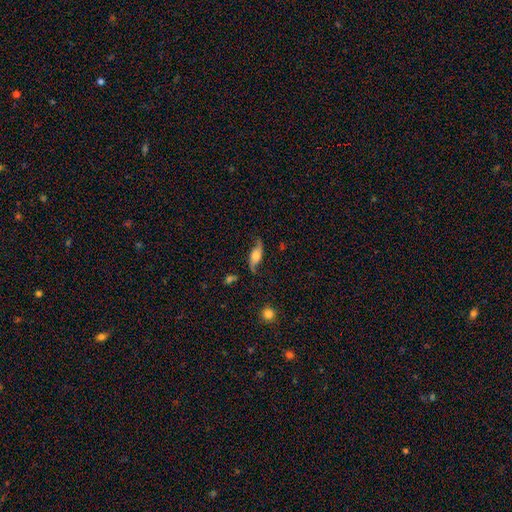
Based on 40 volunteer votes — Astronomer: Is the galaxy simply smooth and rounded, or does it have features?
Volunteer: featured or disk — 95%.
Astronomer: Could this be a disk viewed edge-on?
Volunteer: no — 87%.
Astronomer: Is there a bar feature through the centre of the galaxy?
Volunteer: no — 70%.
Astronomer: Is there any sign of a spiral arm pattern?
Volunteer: yes — 88%.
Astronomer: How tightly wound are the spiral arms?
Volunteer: loose — 90%.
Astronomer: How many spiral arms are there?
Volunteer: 2 — 93%.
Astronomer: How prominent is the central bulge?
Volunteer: moderate — 39% (runner-up: large, 21%).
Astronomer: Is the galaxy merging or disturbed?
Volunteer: none — 72%.